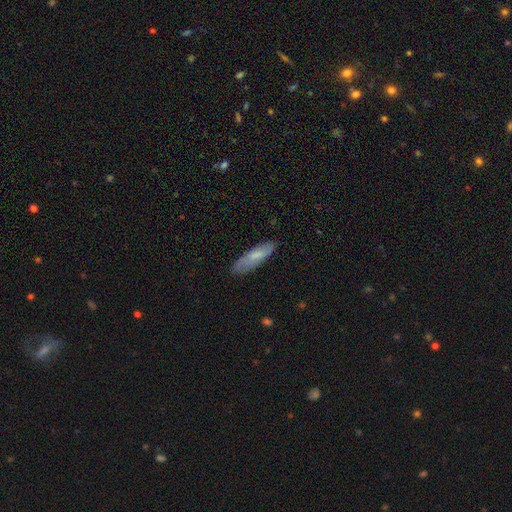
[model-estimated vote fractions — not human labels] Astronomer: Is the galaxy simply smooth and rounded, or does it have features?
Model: smooth — 69%.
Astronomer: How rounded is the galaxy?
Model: cigar-shaped — 62%.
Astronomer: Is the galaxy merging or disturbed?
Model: none — 81%.